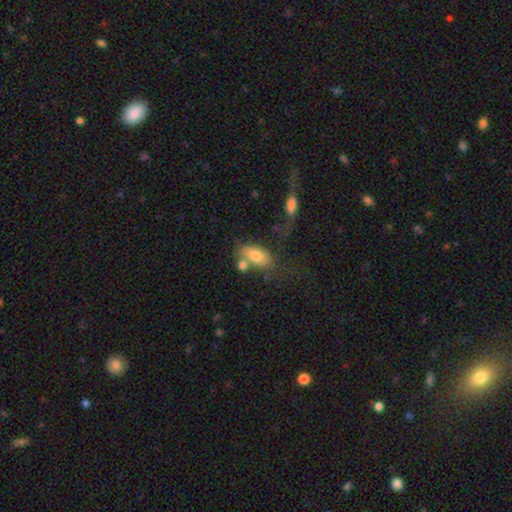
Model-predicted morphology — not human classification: A smooth galaxy with no disk features (78%) that is in between round and cigar-shaped (89%).

Vote fractions:
- Smooth or featured? smooth: 78% / featured or disk: 15% / star or artifact: 8%
- How rounded? in between: 89% / cigar-shaped: 6% / round: 5%
- Merging? none: 41% / merger: 29% / minor disturbance: 17% / major disturbance: 13%